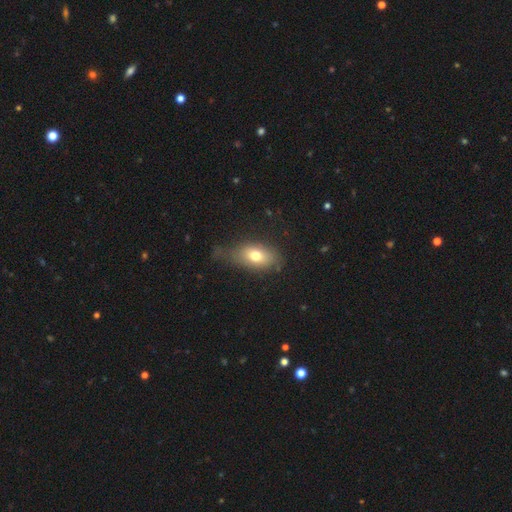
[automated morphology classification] The model was most divided on "merging": none: 57%, minor disturbance: 28%, major disturbance: 13%, merger: 3%. More confident: how rounded — in between (84%); smooth or featured — smooth (72%).